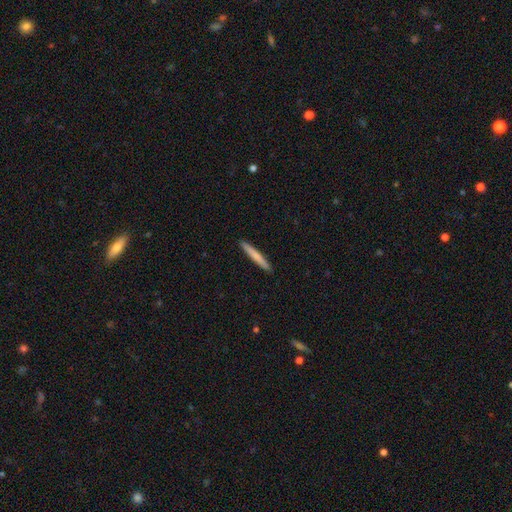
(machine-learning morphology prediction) smooth-or-featured: smooth: 71% | featured or disk: 24% | star or artifact: 5%
  how-rounded: cigar-shaped: 96% | in between: 3% | round: 1%
  merging: none: 92% | minor disturbance: 5% | major disturbance: 1% | merger: 1%